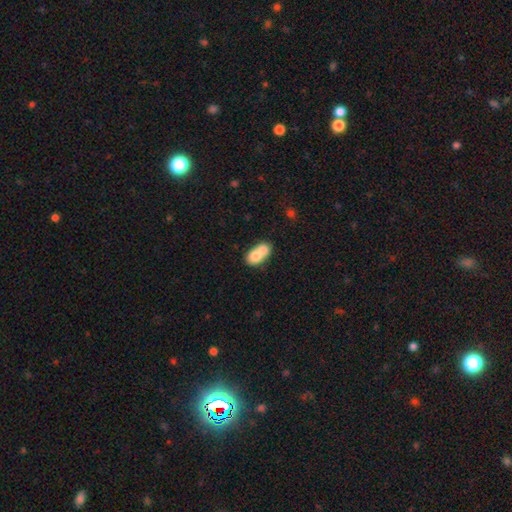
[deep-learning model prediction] Overall: smooth (72%). How rounded: in between (66%; round 32%). Merging: merger (69%).